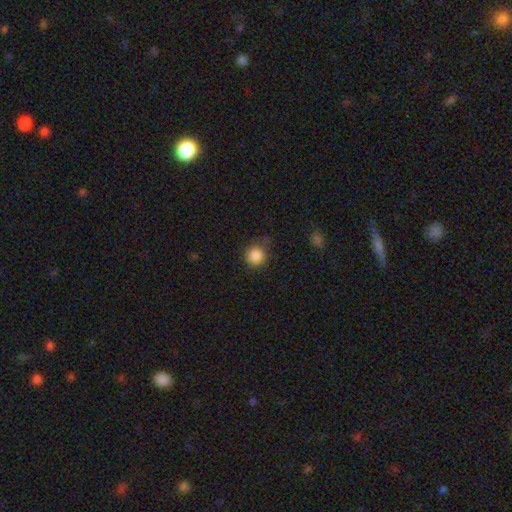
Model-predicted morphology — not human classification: Overall: smooth (86%). How rounded: round (92%). Merging: none (80%).